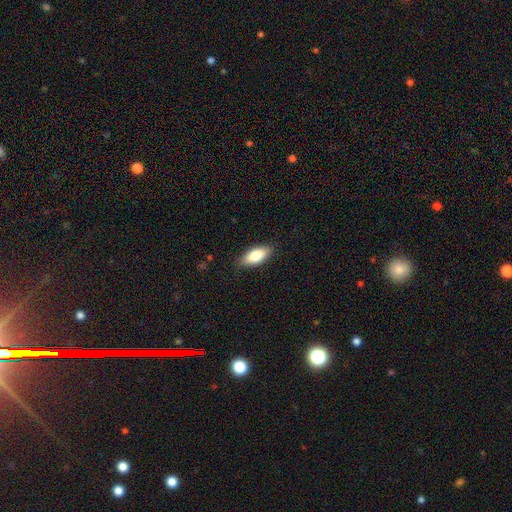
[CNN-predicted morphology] A smooth galaxy with no disk features (80%) that is in between round and cigar-shaped (83%).

Vote fractions:
- Smooth or featured? smooth: 80% / featured or disk: 14% / star or artifact: 6%
- How rounded? in between: 83% / cigar-shaped: 14% / round: 3%
- Merging? none: 86% / minor disturbance: 11% / major disturbance: 2% / merger: 1%